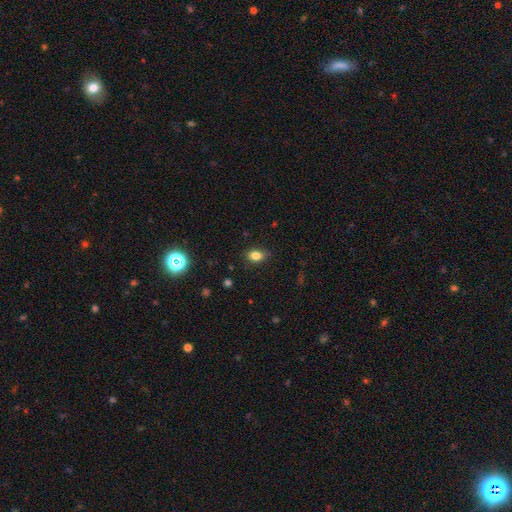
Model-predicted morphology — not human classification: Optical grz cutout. It shows a smooth galaxy with no disk features (82%) that is in between round and cigar-shaped (75%). Merging: none (82%).